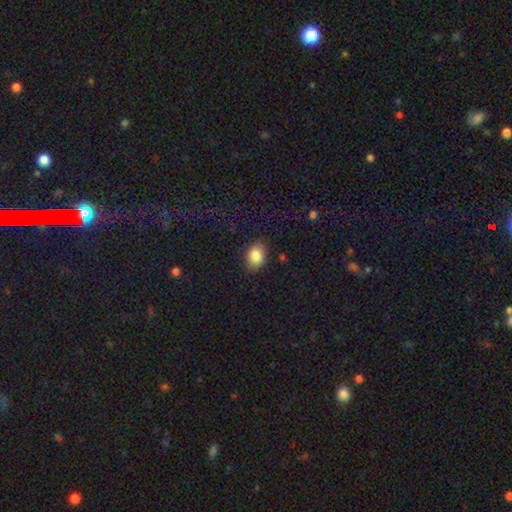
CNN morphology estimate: smooth-or-featured: smooth: 85% | star or artifact: 9% | featured or disk: 7%
  how-rounded: in between: 66% | round: 33% | cigar-shaped: 1%
  merging: none: 85% | minor disturbance: 12% | major disturbance: 2% | merger: 1%